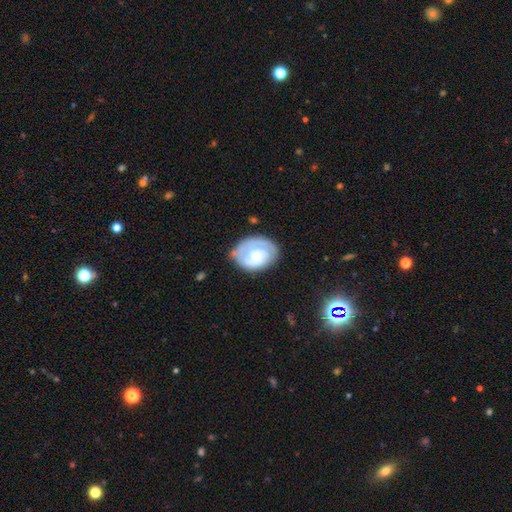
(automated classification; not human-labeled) The model was most divided on "bulge size": small: 41%, moderate: 31%, none: 13%, large: 13%, dominant: 3%. Remaining: edge-on disk — no (98%); spiral arms — yes (87%); bar — no (72%); smooth or featured — featured or disk (67%); merging — none (66%); spiral winding — tight (63%); spiral arm count — 1 (48%).